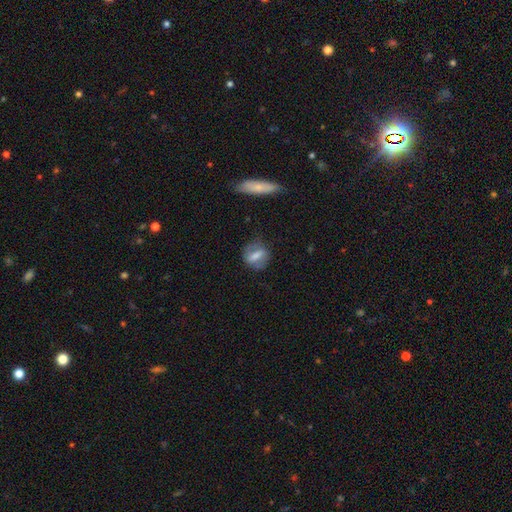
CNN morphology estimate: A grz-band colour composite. It shows a smooth galaxy with no disk features (55%) that is in between round and cigar-shaped (49%). Merging: none (71%).